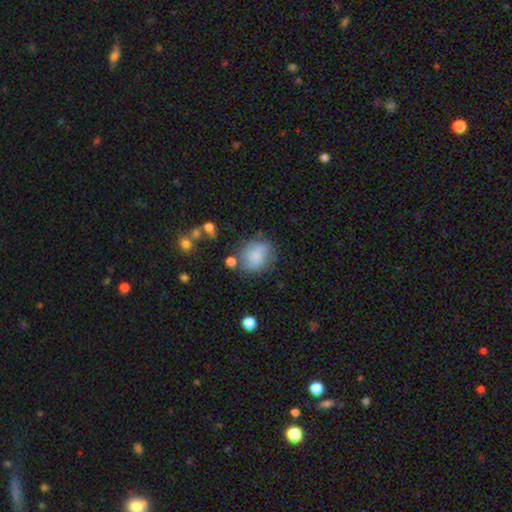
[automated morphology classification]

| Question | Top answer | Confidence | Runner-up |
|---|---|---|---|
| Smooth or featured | smooth | 75% | featured or disk (16%) |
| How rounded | round | 57% | in between (42%) |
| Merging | none | 61% | minor disturbance (23%) |